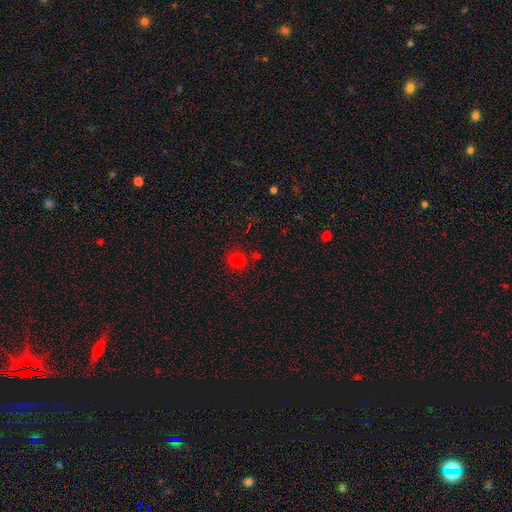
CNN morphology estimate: Smooth or featured: smooth — 70% (star or artifact — 24%)
How rounded: round — 79% (in between — 20%)
Merging: none — 78% (merger — 10%)